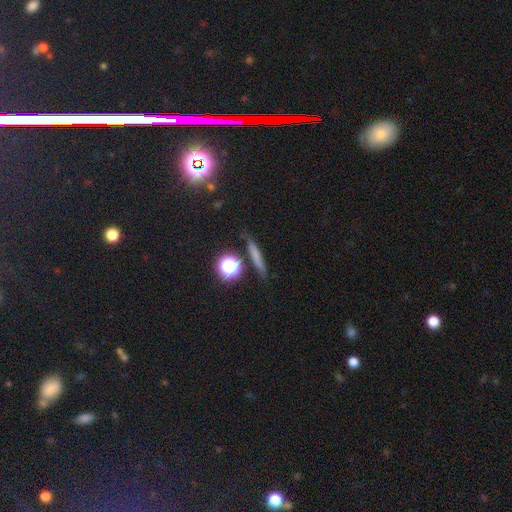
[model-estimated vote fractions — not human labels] Overall: smooth (61%; featured or disk 22%). How rounded: cigar-shaped (75%). Merging: none (80%).